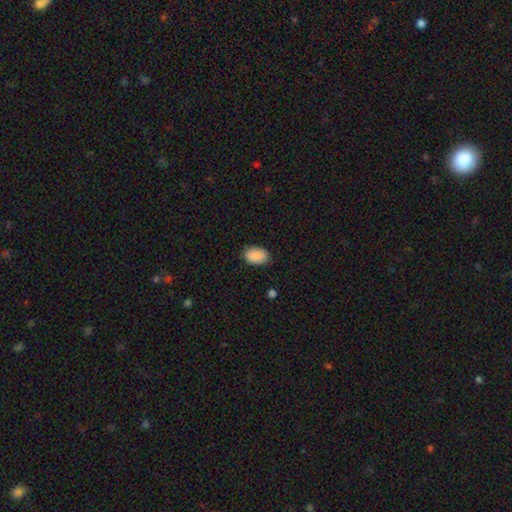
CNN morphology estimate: The model was most divided on "merging": none: 82%, minor disturbance: 14%, major disturbance: 3%, merger: 1%. More confident: how rounded — in between (90%); smooth or featured — smooth (90%).